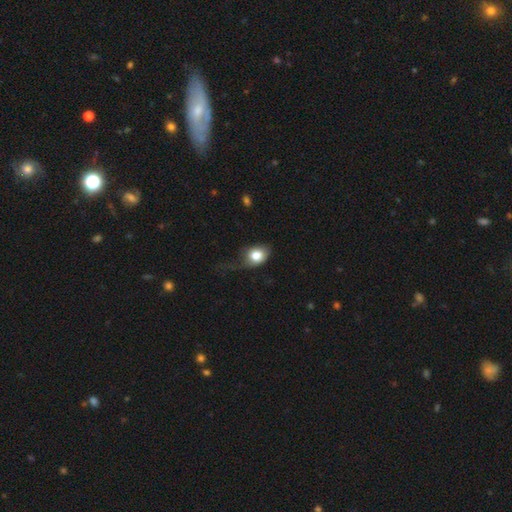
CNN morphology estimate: Smooth or featured? Predicted: smooth (p=0.78). How rounded? Predicted: in between (p=0.57). Merging? Predicted: none (p=0.35).